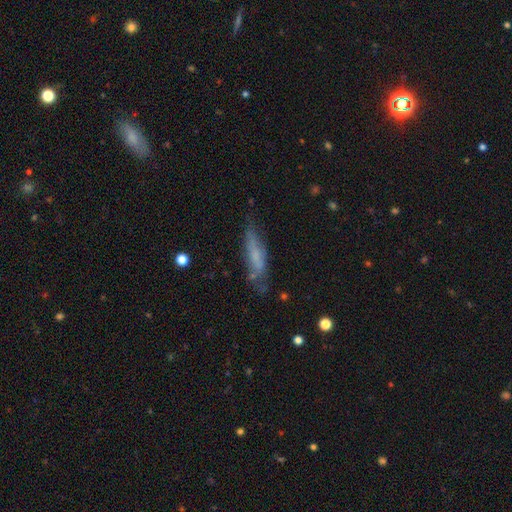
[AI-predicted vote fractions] Smooth or featured: smooth — 52% (featured or disk — 39%)
How rounded: cigar-shaped — 72% (in between — 26%)
Merging: none — 60% (minor disturbance — 26%)